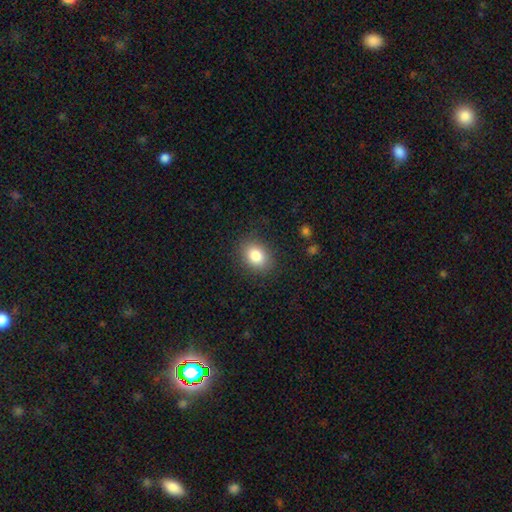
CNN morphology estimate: This appears to be a smooth galaxy with no disk features (83%) that is in between round and cigar-shaped (64%). Merging: none (85%).